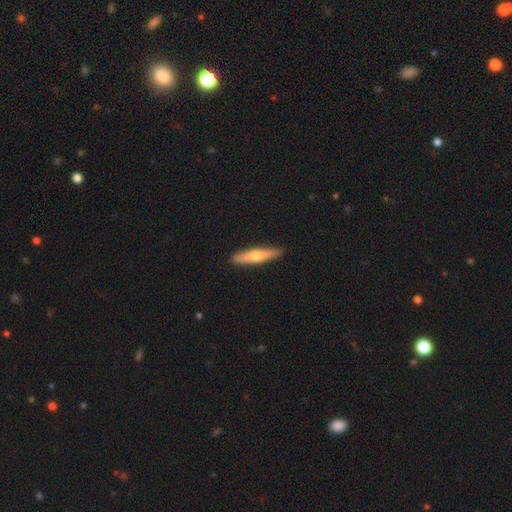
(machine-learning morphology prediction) Smooth or featured? smooth (56%)
How rounded? cigar-shaped (84%)
Merging? none (90%)